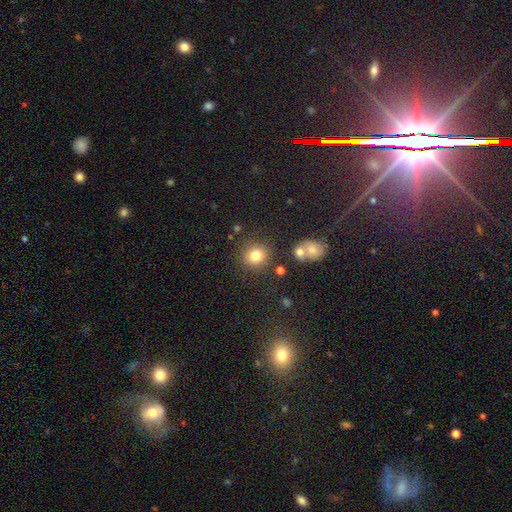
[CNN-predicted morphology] type=smooth (80%); roundness=round (85%); merging=none (81%).